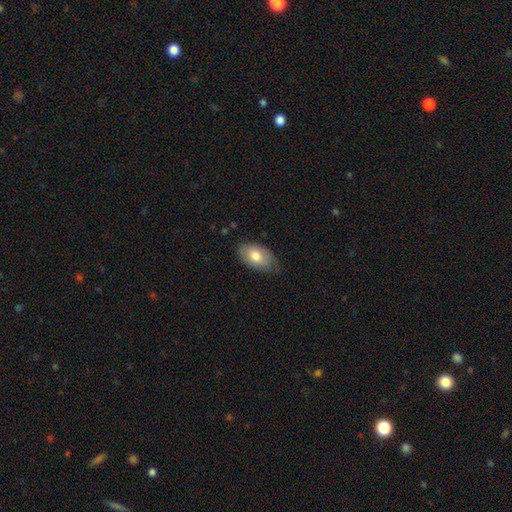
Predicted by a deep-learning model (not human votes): A smooth galaxy with no disk features (75%) that is in between round and cigar-shaped (93%). Merging: none (66%).